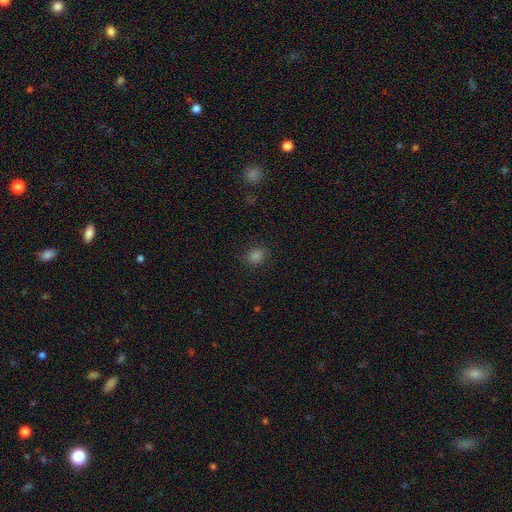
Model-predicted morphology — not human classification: smooth 80%, star or artifact 16%, featured or disk 4%. Down the decision tree: how rounded — round (59%); merging — none (88%).